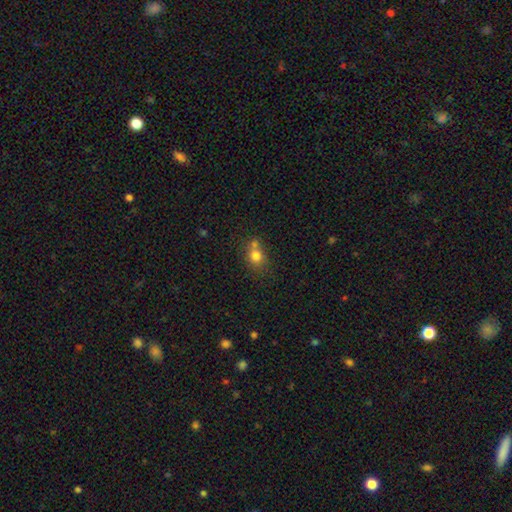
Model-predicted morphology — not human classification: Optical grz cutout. It shows a smooth galaxy with no disk features (77%) that is round (67%). Merging: none (47%).